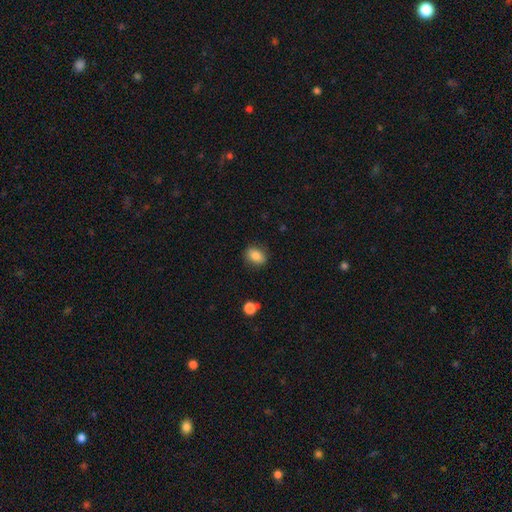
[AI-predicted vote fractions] This is clearly a smooth galaxy (85%). How rounded: likely in between (66%). Merging: clearly none (84%).